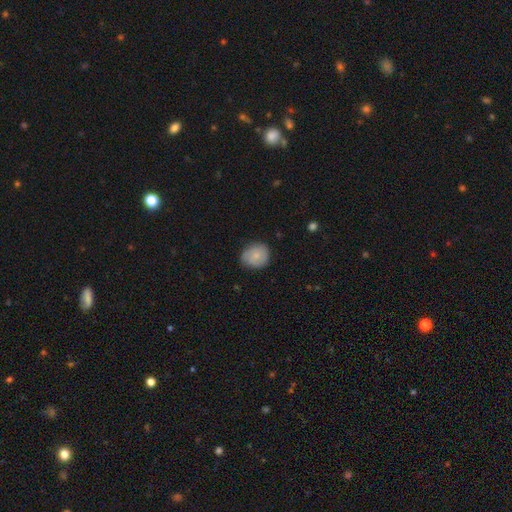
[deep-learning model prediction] This is likely a smooth galaxy (70%). How rounded: likely round (78%). Merging: likely none (76%).